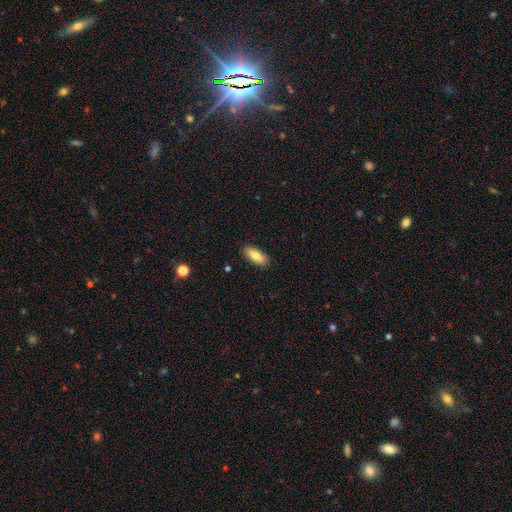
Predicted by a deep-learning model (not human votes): Smooth or featured: smooth — 81% (featured or disk — 12%)
How rounded: in between — 81% (cigar-shaped — 16%)
Merging: none — 89% (minor disturbance — 8%)